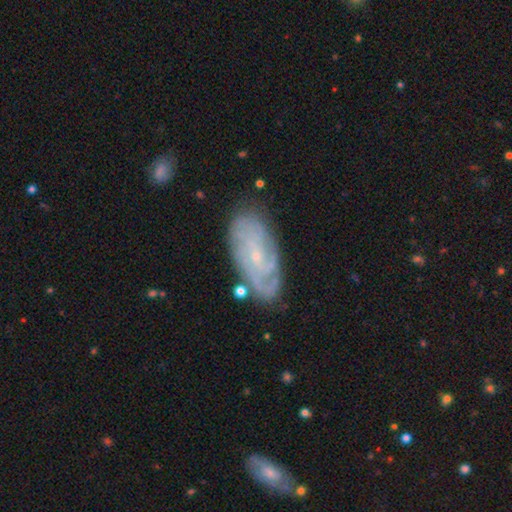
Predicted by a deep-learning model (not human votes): This appears to be a featured or disk galaxy (77%) with no bar (63%), tight (66%) spiral arms (93%) and a small central bulge (80%). Merging: none (75%).